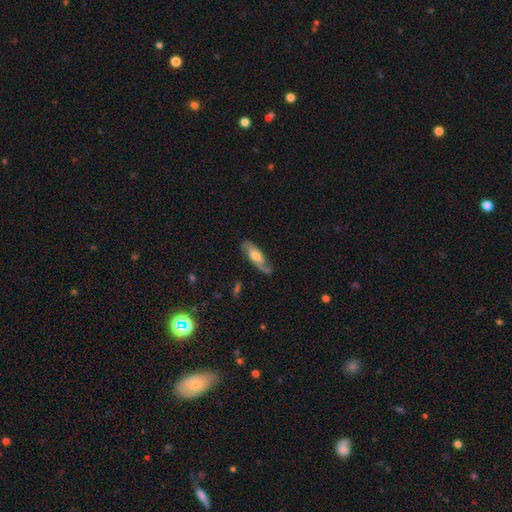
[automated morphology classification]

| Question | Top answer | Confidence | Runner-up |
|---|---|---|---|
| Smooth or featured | featured or disk | 62% | smooth (32%) |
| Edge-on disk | no | 81% | yes (19%) |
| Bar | no | 55% | weak (34%) |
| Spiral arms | yes | 87% | no (13%) |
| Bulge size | moderate | 59% | small (21%) |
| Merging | none | 68% | minor disturbance (22%) |